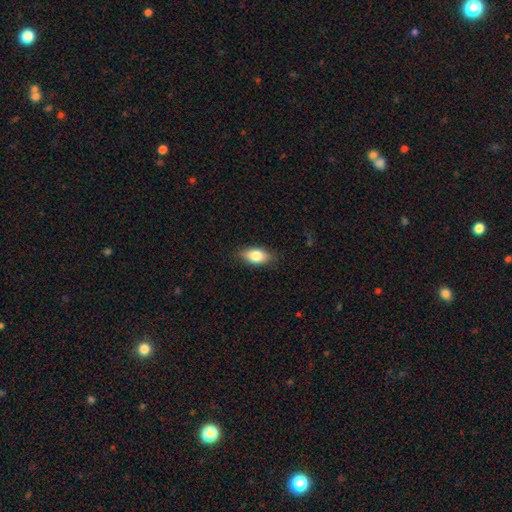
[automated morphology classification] smooth-or-featured: smooth: 82% | featured or disk: 11% | star or artifact: 7%
  how-rounded: in between: 89% | round: 6% | cigar-shaped: 5%
  merging: none: 84% | minor disturbance: 12% | major disturbance: 3% | merger: 1%